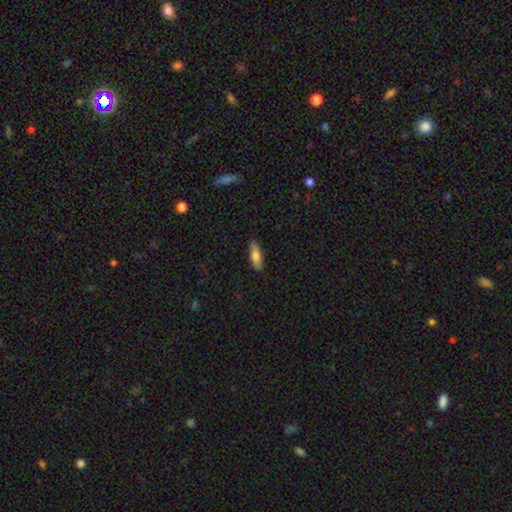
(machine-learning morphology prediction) Q: Smooth or featured?
A: smooth (73%); runner-up: featured or disk (21%)
Q: How rounded?
A: in between (53%); runner-up: cigar-shaped (45%)
Q: Merging?
A: none (86%); runner-up: minor disturbance (11%)